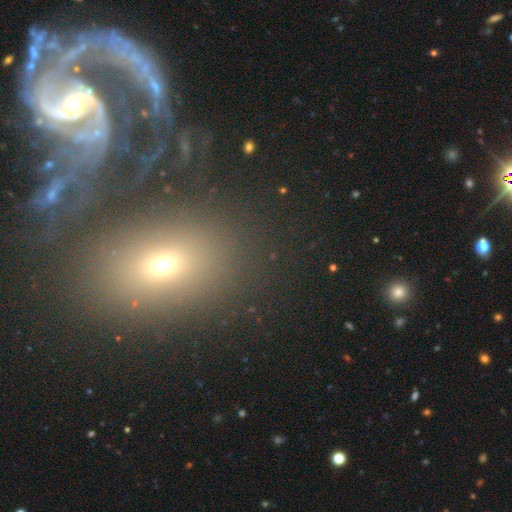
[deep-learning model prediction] A featured or disk galaxy (47%). Merging: none (66%).